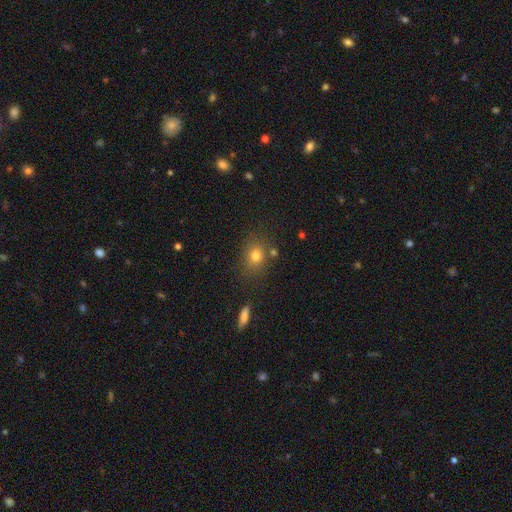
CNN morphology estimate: type=smooth (77%); roundness=round (53%); merging=none (76%).